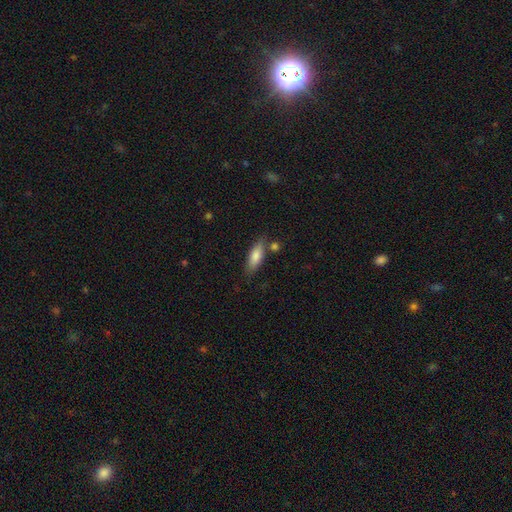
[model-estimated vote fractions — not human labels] Morphology: type=smooth (78%); roundness=in between (56%); merging=none (73%).